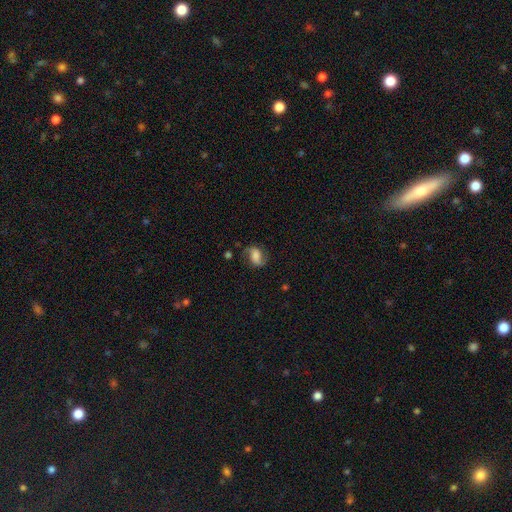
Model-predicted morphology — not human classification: A featured or disk galaxy (62%) with no bar (41%), 2 (90%) loose (53%) spiral arms (92%) and a moderate central bulge (28%). Merging: none (71%).